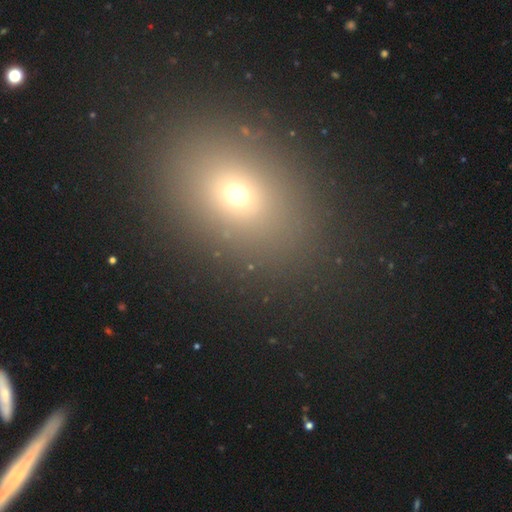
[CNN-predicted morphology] type=smooth (65%); roundness=in between (61%); merging=none (88%).